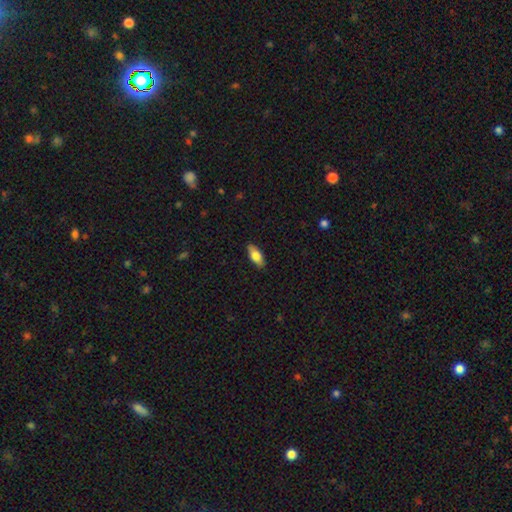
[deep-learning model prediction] The model was most divided on "smooth or featured": smooth: 74%, featured or disk: 20%, star or artifact: 6%. More confident: merging — none (88%); how rounded — in between (81%).